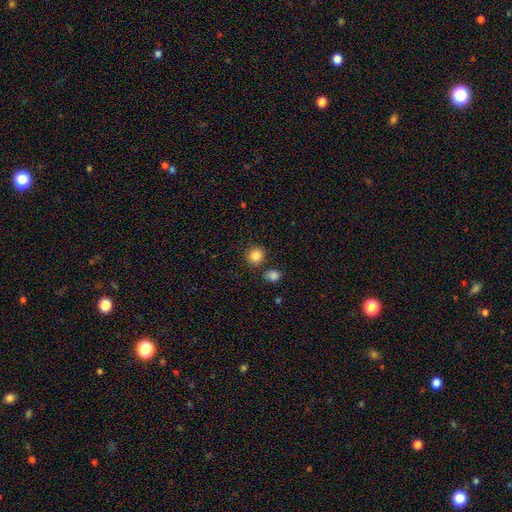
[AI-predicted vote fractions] This is clearly a smooth galaxy (85%). How rounded: clearly round (89%). Merging: clearly none (81%).